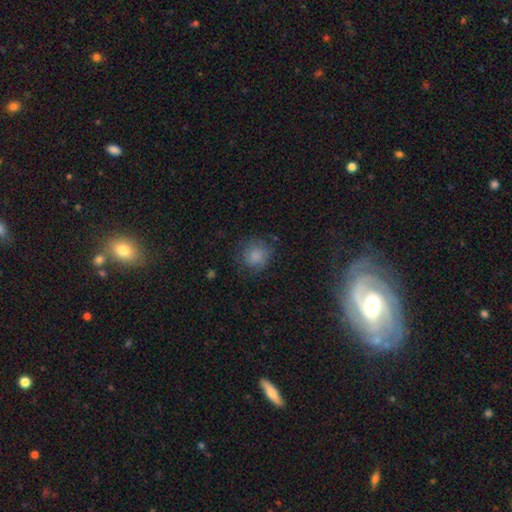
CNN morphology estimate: smooth-or-featured: smooth: 77% | featured or disk: 12% | star or artifact: 11%
  how-rounded: round: 85% | in between: 14% | cigar-shaped: 1%
  merging: none: 71% | minor disturbance: 19% | major disturbance: 9% | merger: 1%